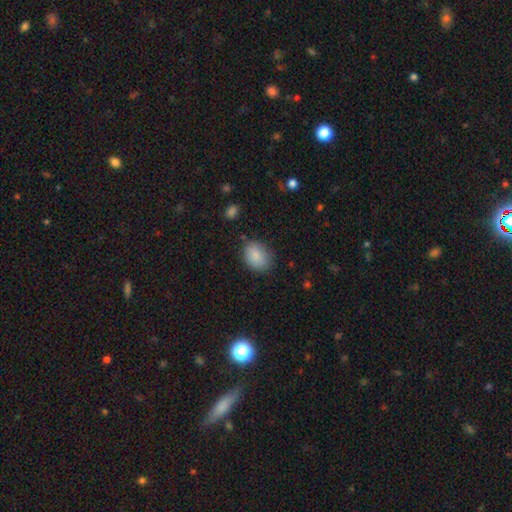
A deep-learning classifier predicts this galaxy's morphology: Q: Smooth or featured?
A: smooth (87%); runner-up: star or artifact (8%)
Q: How rounded?
A: in between (67%); runner-up: round (32%)
Q: Merging?
A: none (75%); runner-up: minor disturbance (18%)